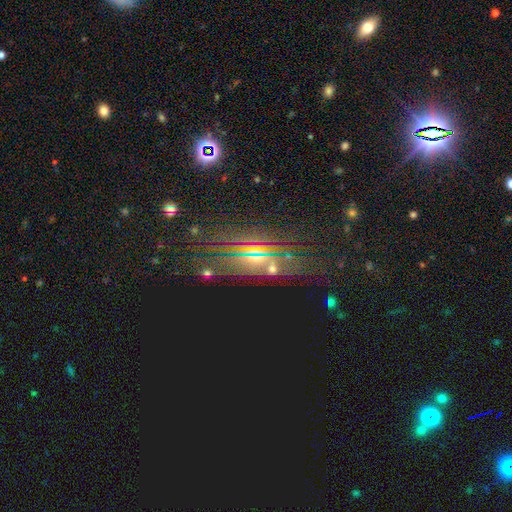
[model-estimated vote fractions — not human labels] This appears to be a star or artifact, not a galaxy (62%).